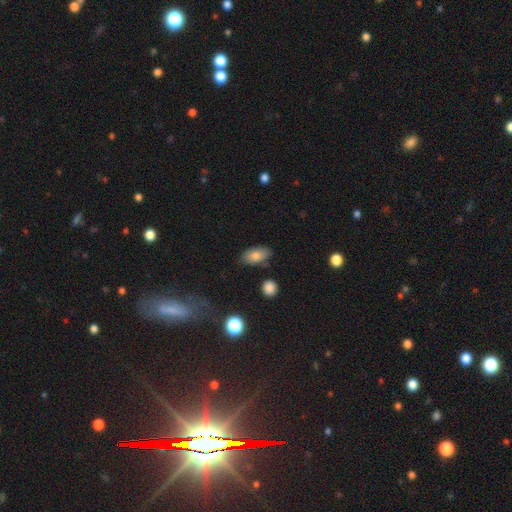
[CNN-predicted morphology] A smooth galaxy with no disk features (80%) that is in between round and cigar-shaped (92%). Merging: none (79%).